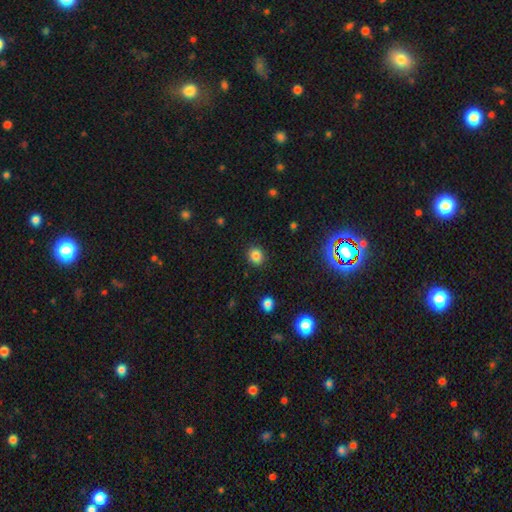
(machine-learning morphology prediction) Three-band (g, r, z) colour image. It shows a smooth galaxy with no disk features (84%) that is round (76%). Merging: none (89%).